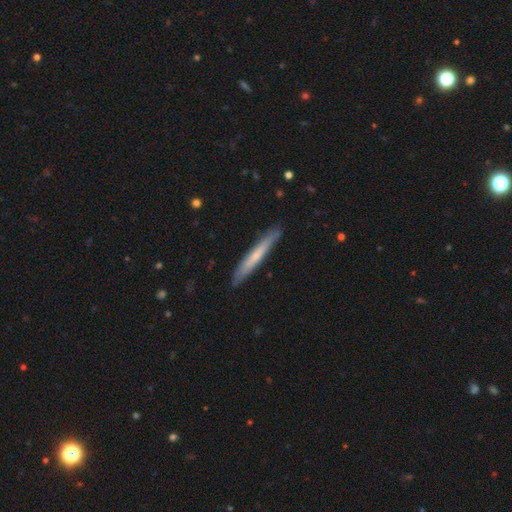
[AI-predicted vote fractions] smooth_or_featured: smooth (p=0.54) [alt: featured or disk p=0.40]
how_rounded: cigar-shaped (p=0.96) [alt: in between p=0.03]
merging: none (p=0.89) [alt: minor disturbance p=0.08]